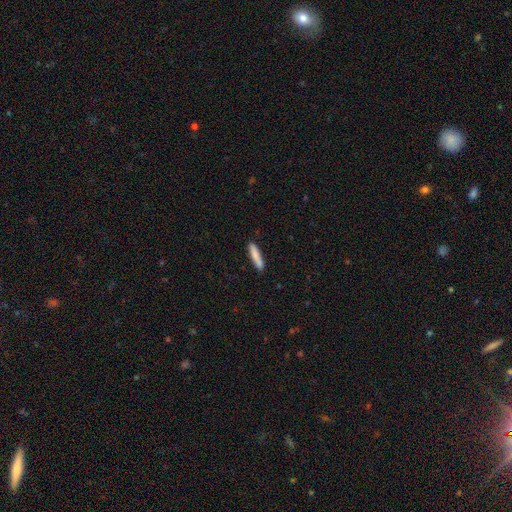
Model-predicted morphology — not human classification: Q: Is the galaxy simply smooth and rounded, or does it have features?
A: smooth — 84%.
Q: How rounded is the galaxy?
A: cigar-shaped — 86%.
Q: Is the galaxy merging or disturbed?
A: none — 87%.